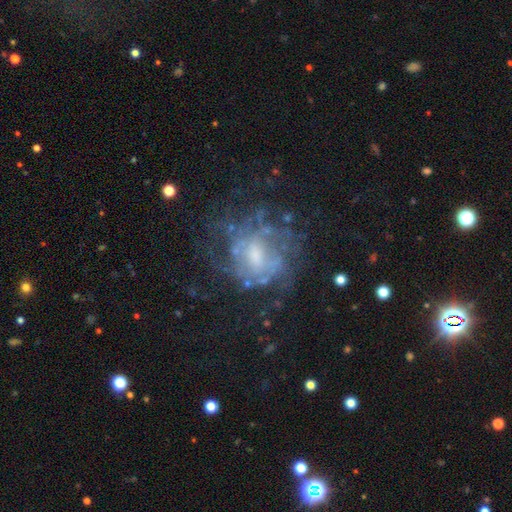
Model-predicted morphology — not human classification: Q: Smooth or featured?
A: featured or disk (71%); runner-up: smooth (17%)
Q: Edge-on disk?
A: no (97%); runner-up: yes (3%)
Q: Bar?
A: no (57%); runner-up: weak (35%)
Q: Spiral arms?
A: yes (57%); runner-up: no (43%)
Q: Bulge size?
A: moderate (46%); runner-up: small (32%)
Q: Merging?
A: none (58%); runner-up: major disturbance (20%)